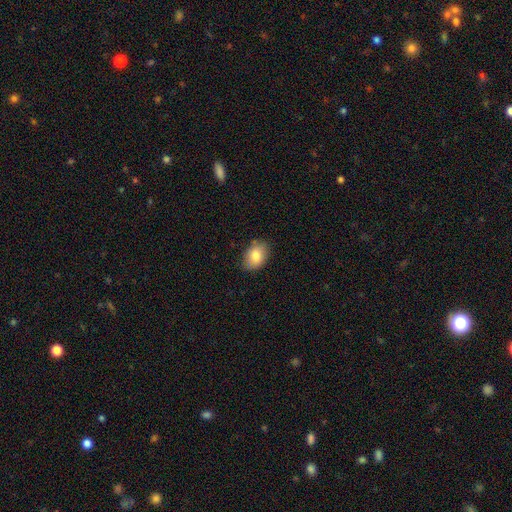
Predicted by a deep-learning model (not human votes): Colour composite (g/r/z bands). It shows a smooth galaxy with no disk features (82%) that is in between round and cigar-shaped (77%). Merging: none (82%).